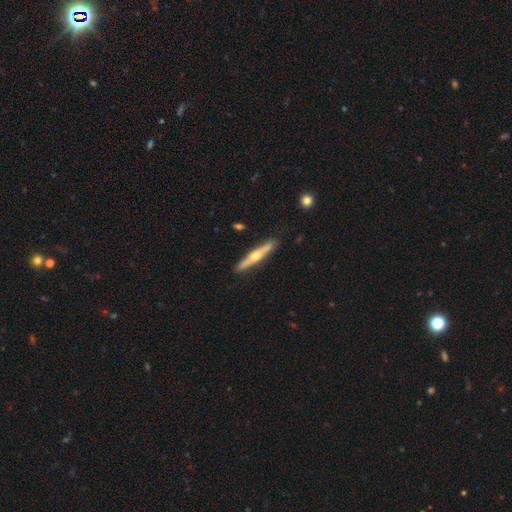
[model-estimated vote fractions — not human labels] smooth_or_featured: featured or disk (p=0.64) [alt: smooth p=0.30]
disk_edge_on: yes (p=0.96) [alt: no p=0.04]
edge_on_bulge: rounded (p=0.92) [alt: none p=0.06]
merging: none (p=0.89) [alt: minor disturbance p=0.08]